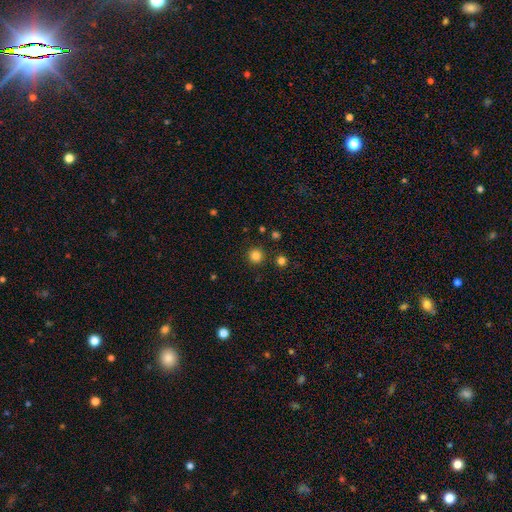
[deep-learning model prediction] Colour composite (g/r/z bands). It shows a smooth galaxy with no disk features (83%) that is round (95%). Merging: none (91%).